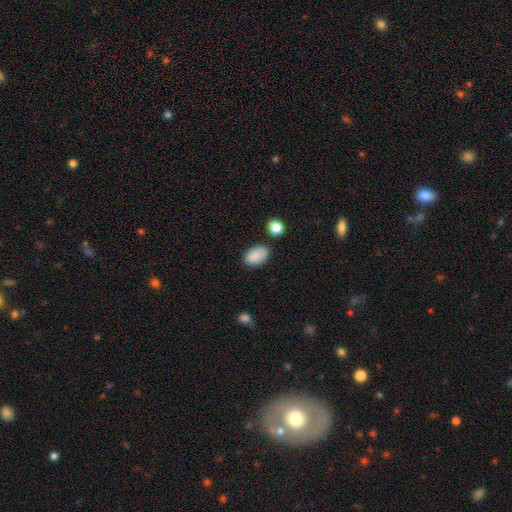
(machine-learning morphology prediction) smooth 88%, star or artifact 7%, featured or disk 5%. Down the decision tree: how rounded — in between (91%); merging — none (75%).